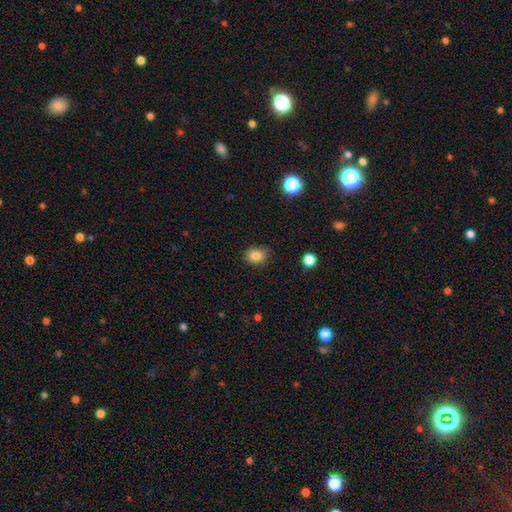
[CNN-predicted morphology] Smooth or featured? Predicted: smooth (p=0.83). How rounded? Predicted: round (p=0.58). Merging? Predicted: none (p=0.76).